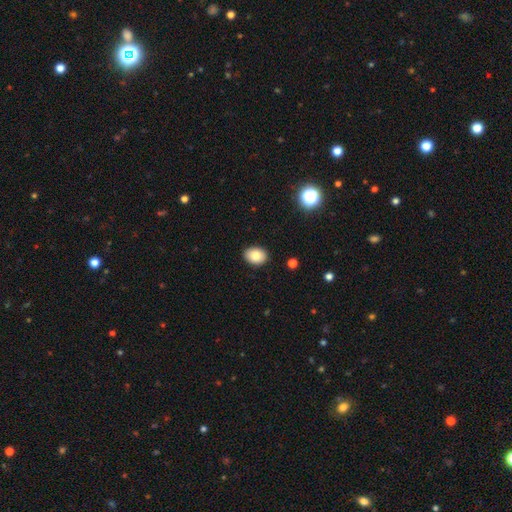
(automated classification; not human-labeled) Morphology: type=smooth (84%); roundness=in between (72%); merging=none (88%).